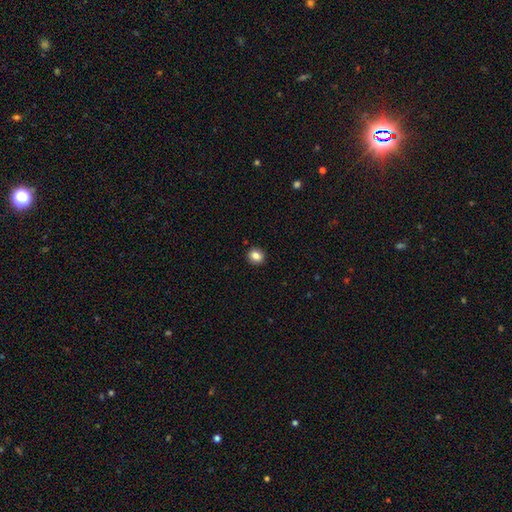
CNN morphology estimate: Q: Smooth or featured?
A: smooth (85%); runner-up: star or artifact (10%)
Q: How rounded?
A: round (78%); runner-up: in between (21%)
Q: Merging?
A: none (92%); runner-up: minor disturbance (5%)